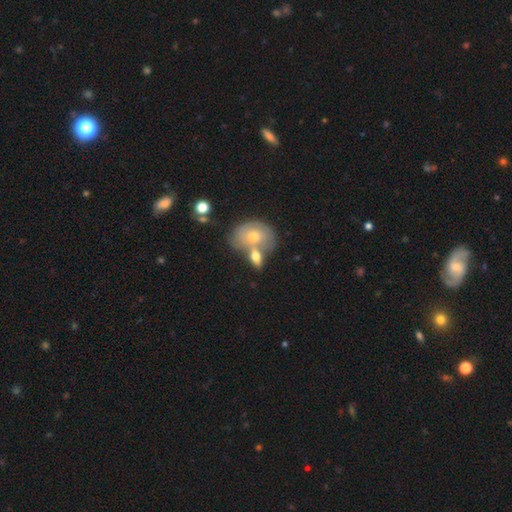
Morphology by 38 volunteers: smooth_or_featured: smooth (p=0.66) [alt: featured or disk p=0.29]
how_rounded: in between (p=0.60) [alt: round p=0.36]
merging: merger (p=0.39) [alt: none p=0.33]